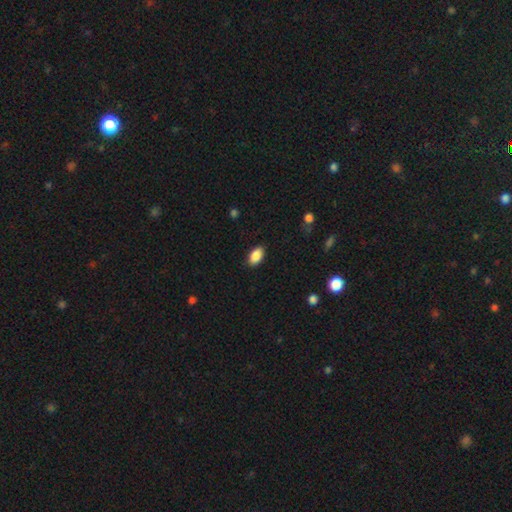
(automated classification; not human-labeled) Smooth or featured?
  - smooth: 89% *
  - star or artifact: 7%
  - featured or disk: 4%
How rounded?
  - in between: 93% *
  - round: 5%
  - cigar-shaped: 2%
Merging?
  - none: 87% *
  - minor disturbance: 10%
  - major disturbance: 2%
  - merger: 1%